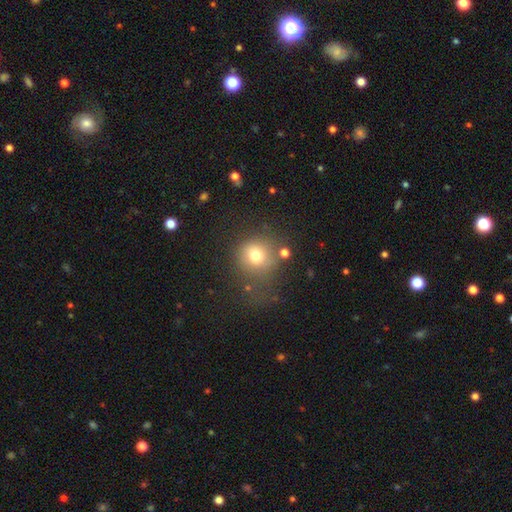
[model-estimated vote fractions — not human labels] smooth-or-featured: smooth: 73% | star or artifact: 15% | featured or disk: 12%
  how-rounded: round: 87% | in between: 12% | cigar-shaped: 1%
  merging: none: 59% | minor disturbance: 18% | major disturbance: 15% | merger: 8%